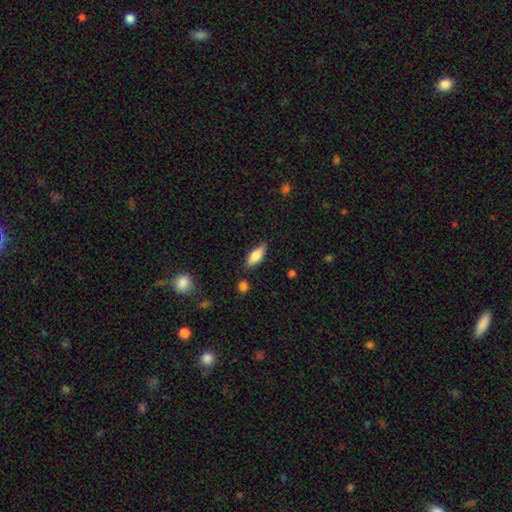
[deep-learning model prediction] A smooth galaxy with no disk features (77%) that is in between round and cigar-shaped (68%).

Vote fractions:
- Smooth or featured? smooth: 77% / featured or disk: 17% / star or artifact: 7%
- How rounded? in between: 68% / cigar-shaped: 30% / round: 2%
- Merging? none: 80% / minor disturbance: 14% / major disturbance: 3% / merger: 3%